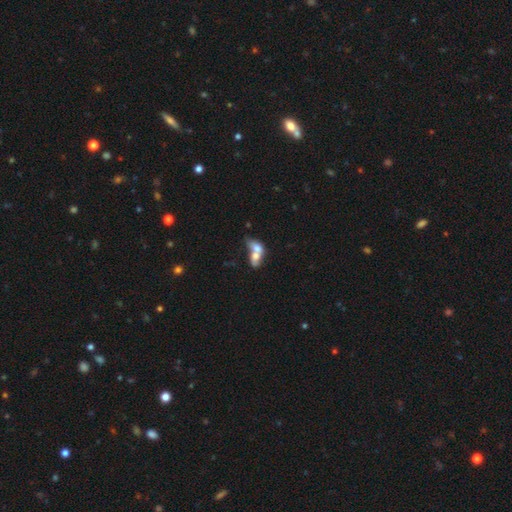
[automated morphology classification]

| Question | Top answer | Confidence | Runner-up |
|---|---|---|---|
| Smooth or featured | smooth | 63% | featured or disk (29%) |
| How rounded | in between | 74% | round (21%) |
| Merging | merger | 82% | none (9%) |